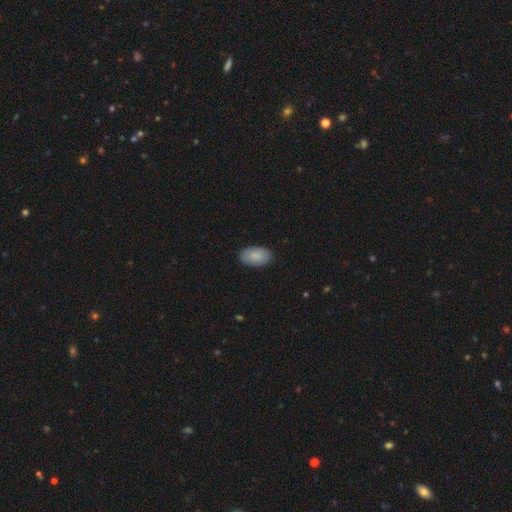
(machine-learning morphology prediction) smooth 86%, featured or disk 8%, star or artifact 6%. Down the decision tree: how rounded — in between (95%); merging — none (87%).